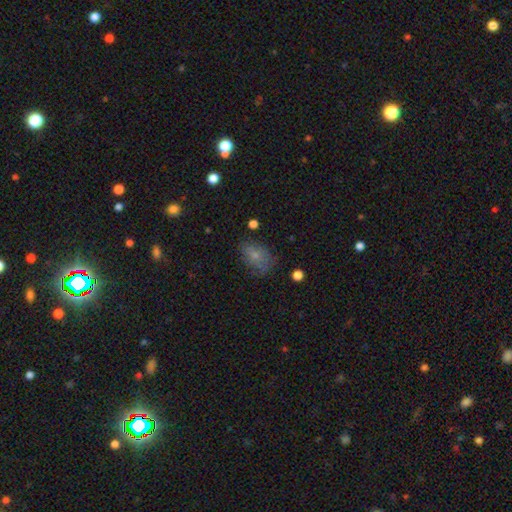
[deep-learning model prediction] Smooth or featured? Predicted: smooth (p=0.70). How rounded? Predicted: in between (p=0.81). Merging? Predicted: none (p=0.56).